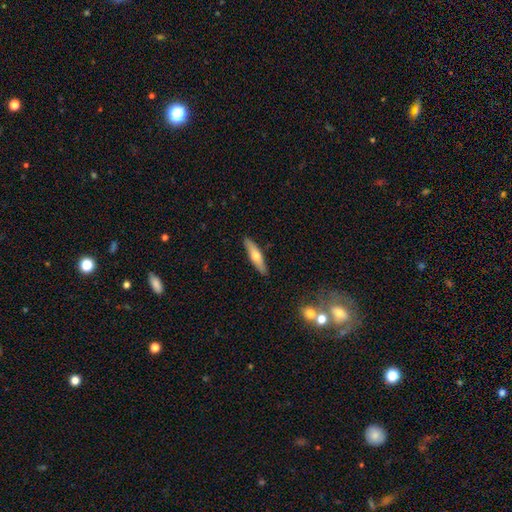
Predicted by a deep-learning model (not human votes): Smooth or featured: smooth — 53% (featured or disk — 42%)
How rounded: cigar-shaped — 77% (in between — 21%)
Merging: none — 89% (minor disturbance — 8%)